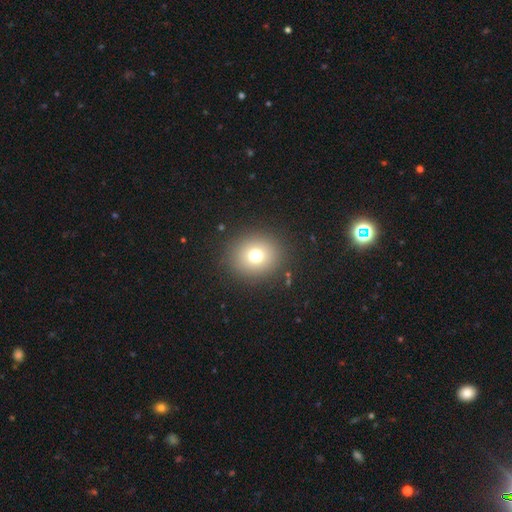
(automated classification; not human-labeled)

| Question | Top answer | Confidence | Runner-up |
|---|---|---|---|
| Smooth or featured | smooth | 73% | star or artifact (16%) |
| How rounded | round | 85% | in between (14%) |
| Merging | none | 89% | minor disturbance (6%) |